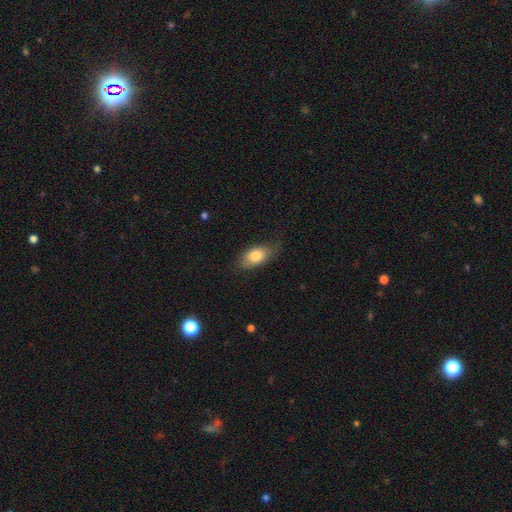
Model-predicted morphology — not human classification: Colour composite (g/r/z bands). It shows a smooth galaxy with no disk features (78%) that is in between round and cigar-shaped (89%). Merging: none (69%).